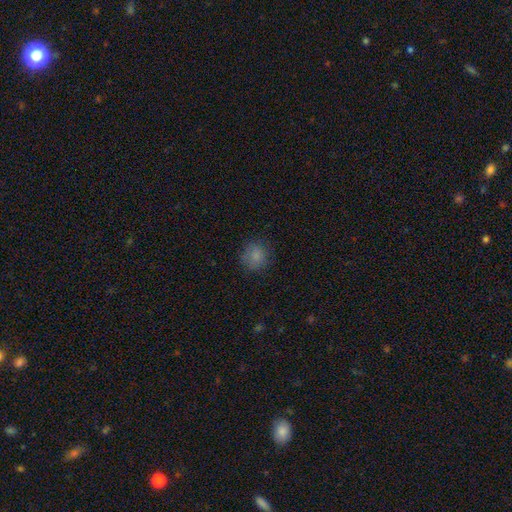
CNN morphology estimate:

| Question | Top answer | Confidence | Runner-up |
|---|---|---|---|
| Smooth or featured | smooth | 82% | star or artifact (11%) |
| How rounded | round | 83% | in between (17%) |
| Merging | none | 78% | minor disturbance (16%) |